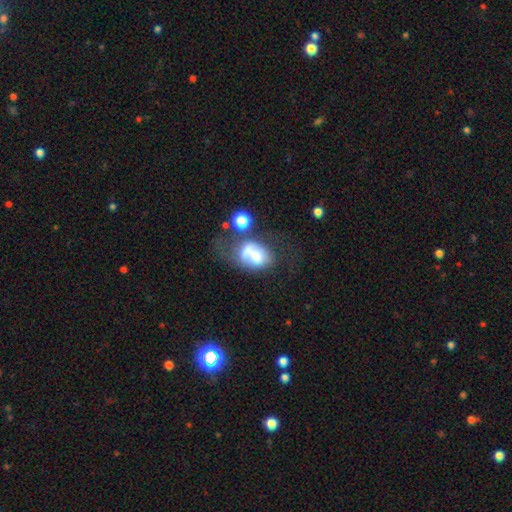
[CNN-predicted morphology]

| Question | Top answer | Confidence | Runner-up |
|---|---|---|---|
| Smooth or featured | smooth | 55% | featured or disk (35%) |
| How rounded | in between | 71% | round (28%) |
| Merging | major disturbance | 29% | merger (28%) |